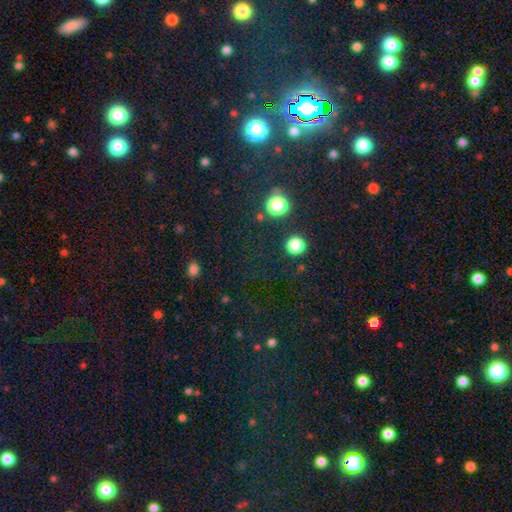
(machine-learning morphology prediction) Overall: star or artifact (73%).